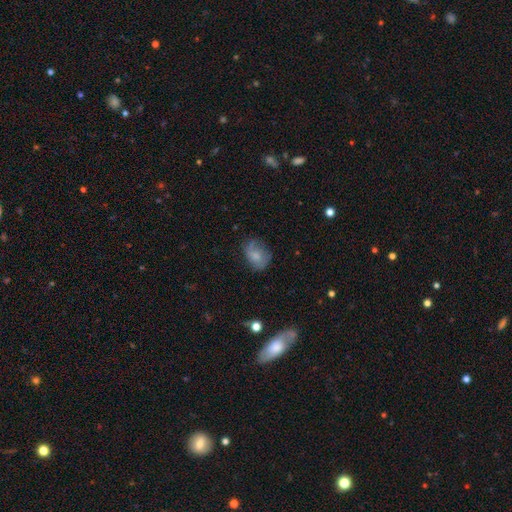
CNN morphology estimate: Q: Smooth or featured?
A: smooth (67%); runner-up: featured or disk (24%)
Q: How rounded?
A: in between (67%); runner-up: round (31%)
Q: Merging?
A: none (56%); runner-up: minor disturbance (29%)